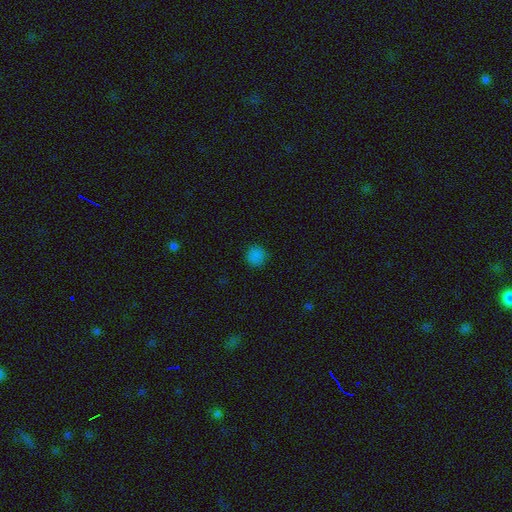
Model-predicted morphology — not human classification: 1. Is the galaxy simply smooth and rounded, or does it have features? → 82% smooth, 15% star or artifact, 3% featured or disk.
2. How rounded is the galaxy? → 90% round, 9% in between, 1% cigar-shaped.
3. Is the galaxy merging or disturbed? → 89% none, 8% minor disturbance, 2% major disturbance, 1% merger.